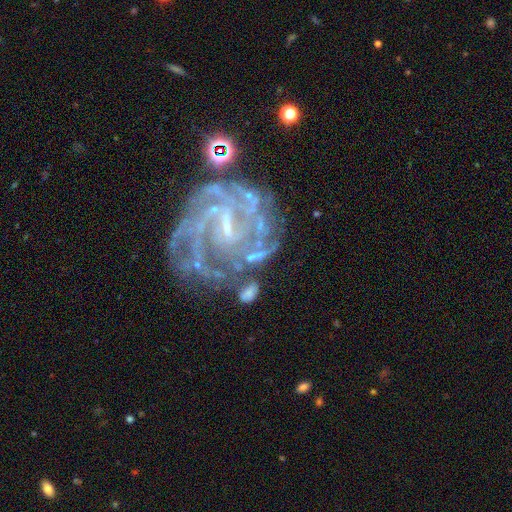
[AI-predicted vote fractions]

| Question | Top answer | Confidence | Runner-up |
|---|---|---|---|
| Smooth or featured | featured or disk | 72% | smooth (16%) |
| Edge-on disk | no | 95% | yes (5%) |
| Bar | strong | 40% | weak (35%) |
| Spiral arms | yes | 80% | no (20%) |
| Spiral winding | tight | 53% | medium (34%) |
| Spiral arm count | can't tell | 35% | 2 (23%) |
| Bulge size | small | 34% | moderate (33%) |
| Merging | none | 50% | minor disturbance (19%) |